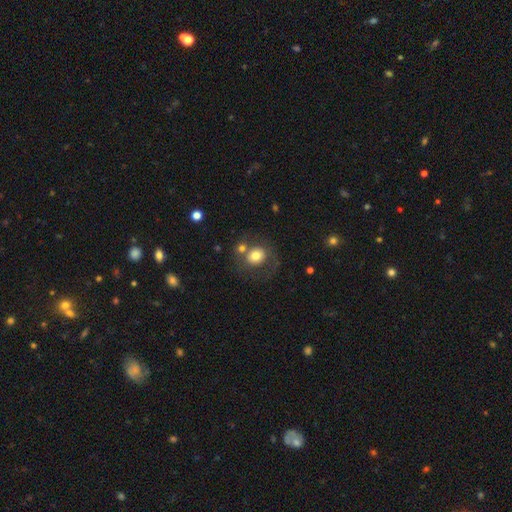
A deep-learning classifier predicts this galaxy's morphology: Smooth or featured? Predicted: smooth (p=0.70). How rounded? Predicted: round (p=0.75). Merging? Predicted: none (p=0.55).